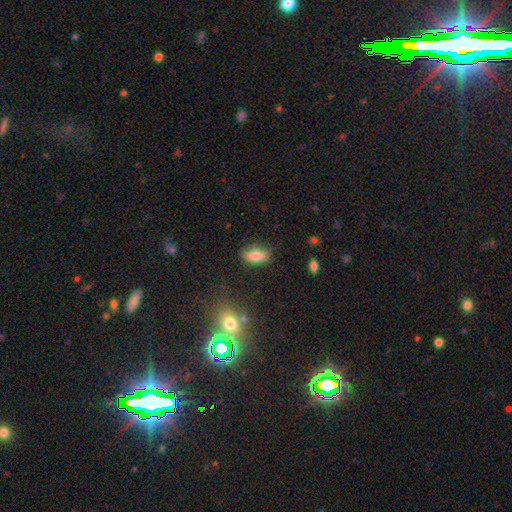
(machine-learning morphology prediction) This appears to be a smooth galaxy with no disk features (79%) that is in between round and cigar-shaped (84%). Merging: none (81%).